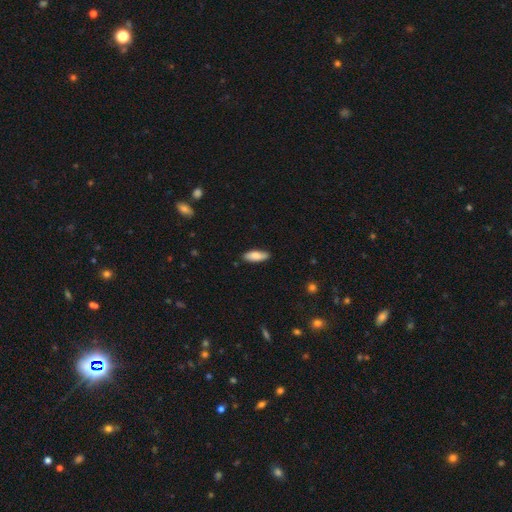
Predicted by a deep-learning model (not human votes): smooth 83%, featured or disk 11%, star or artifact 6%. Down the decision tree: how rounded — in between (70%); merging — none (84%).